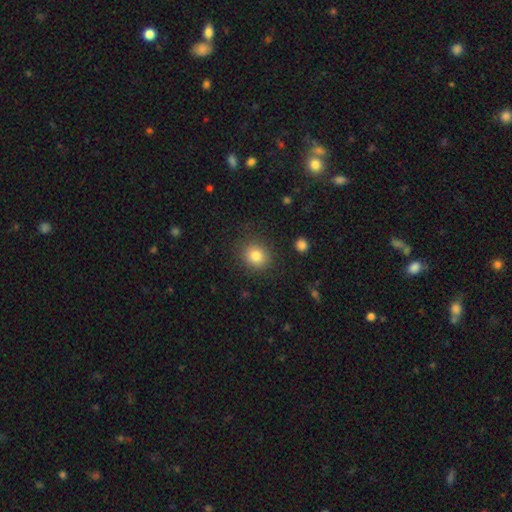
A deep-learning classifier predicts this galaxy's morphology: A smooth galaxy with no disk features (82%) that is round (79%). Merging: none (86%).